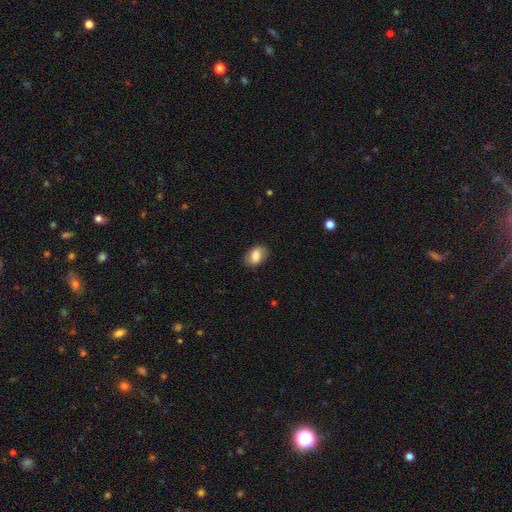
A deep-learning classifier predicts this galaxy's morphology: Smooth or featured? Predicted: smooth (p=0.81). How rounded? Predicted: in between (p=0.83). Merging? Predicted: none (p=0.81).